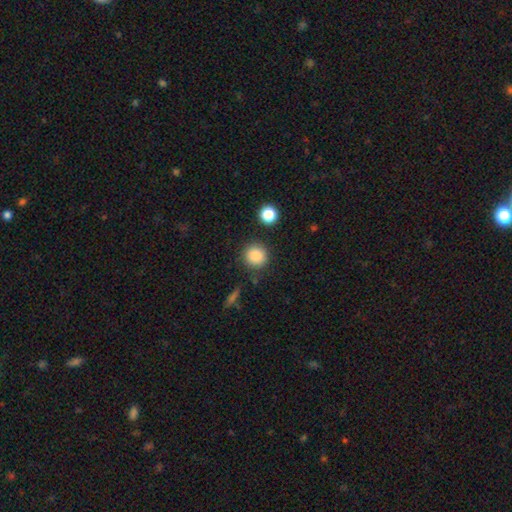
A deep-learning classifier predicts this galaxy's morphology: Smooth or featured? smooth (86%)
How rounded? round (93%)
Merging? none (85%)